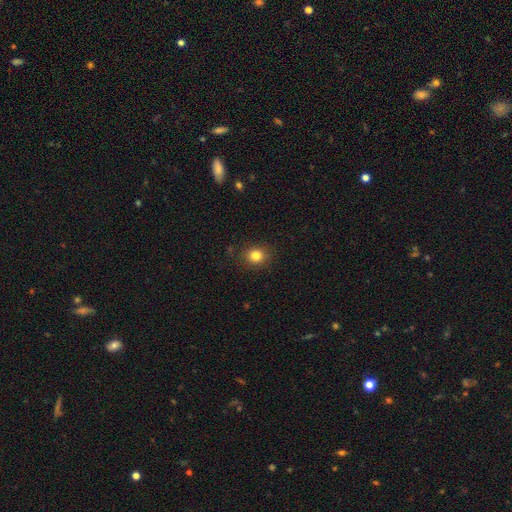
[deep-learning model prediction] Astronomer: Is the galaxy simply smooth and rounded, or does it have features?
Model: smooth — 82%.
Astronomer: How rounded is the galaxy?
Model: round — 78%.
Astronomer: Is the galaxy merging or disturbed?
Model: none — 88%.